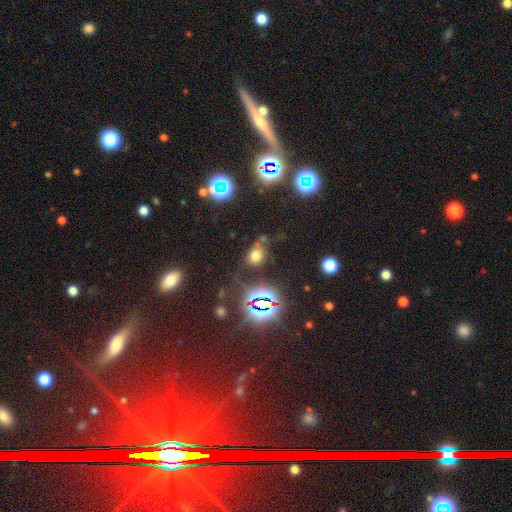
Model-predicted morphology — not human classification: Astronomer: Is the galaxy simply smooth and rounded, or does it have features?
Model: smooth — 61%.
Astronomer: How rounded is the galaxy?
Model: round — 57% (runner-up: in between, 41%).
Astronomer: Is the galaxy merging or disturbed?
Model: none — 62%.